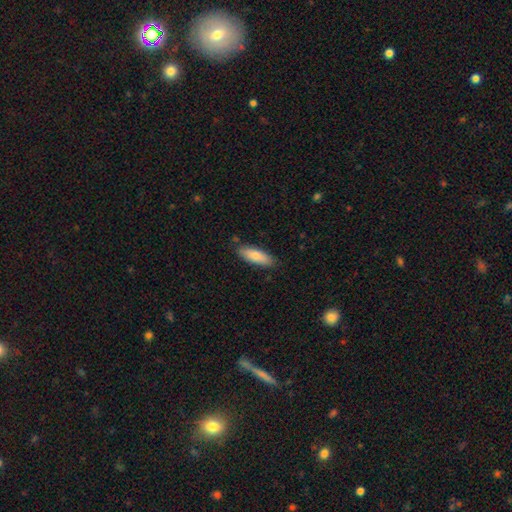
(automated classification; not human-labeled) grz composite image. It shows a smooth galaxy with no disk features (80%) that is in between round and cigar-shaped (63%). Merging: none (82%).